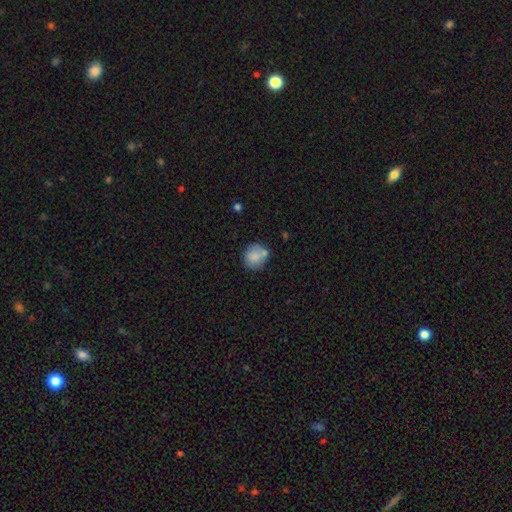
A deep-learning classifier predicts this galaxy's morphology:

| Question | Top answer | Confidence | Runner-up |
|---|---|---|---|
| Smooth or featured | smooth | 78% | featured or disk (13%) |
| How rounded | round | 80% | in between (19%) |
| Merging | none | 61% | merger (17%) |